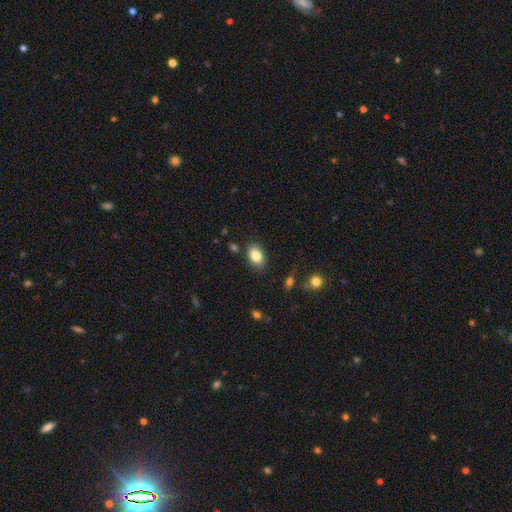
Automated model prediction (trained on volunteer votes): Overall: smooth (84%). How rounded: in between (85%). Merging: none (84%).